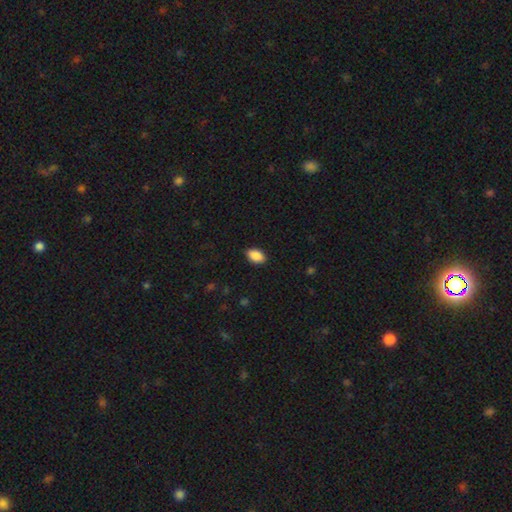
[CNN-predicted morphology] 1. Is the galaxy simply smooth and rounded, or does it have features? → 89% smooth, 7% star or artifact, 3% featured or disk.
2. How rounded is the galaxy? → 92% in between, 7% round, 2% cigar-shaped.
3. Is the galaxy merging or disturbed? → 88% none, 9% minor disturbance, 2% major disturbance, 1% merger.